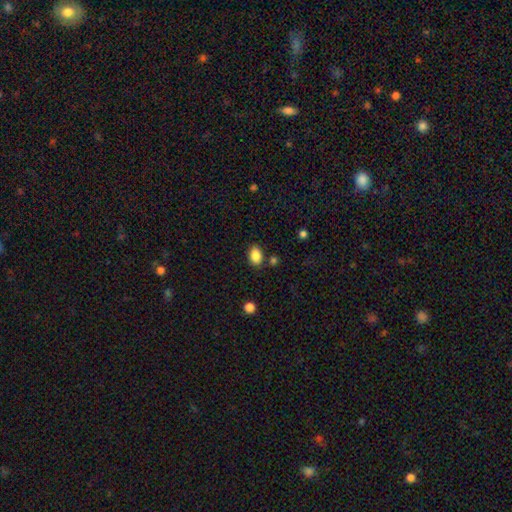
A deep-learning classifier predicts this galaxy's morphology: type=smooth (87%); roundness=in between (84%); merging=none (81%).